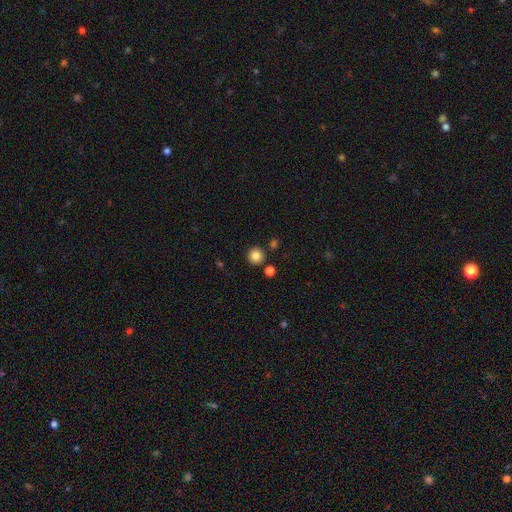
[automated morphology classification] A smooth galaxy with no disk features (84%) that is round (95%).

Vote fractions:
- Smooth or featured? smooth: 84% / star or artifact: 11% / featured or disk: 5%
- How rounded? round: 95% / in between: 4% / cigar-shaped: 1%
- Merging? none: 88% / minor disturbance: 6% / merger: 5% / major disturbance: 2%